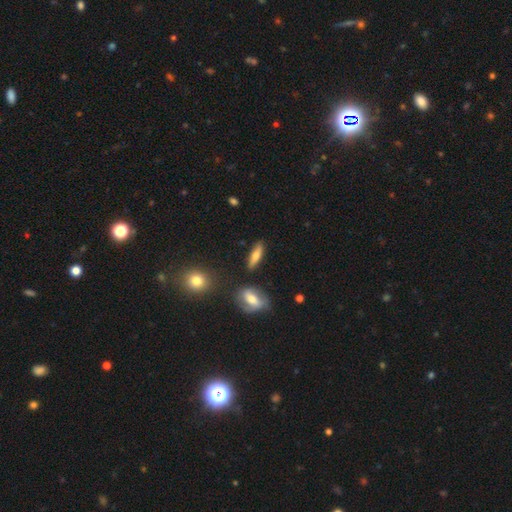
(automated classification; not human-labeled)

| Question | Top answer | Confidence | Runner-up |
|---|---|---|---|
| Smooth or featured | smooth | 61% | featured or disk (32%) |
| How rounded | cigar-shaped | 62% | in between (33%) |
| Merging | none | 84% | minor disturbance (9%) |